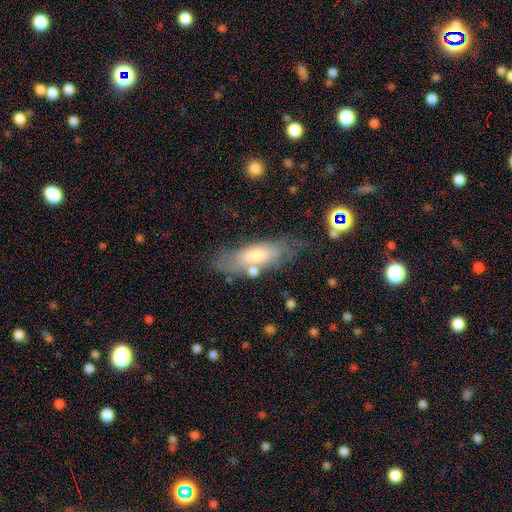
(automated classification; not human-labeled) Smooth or featured? smooth (56%)
How rounded? in between (65%)
Merging? none (59%)